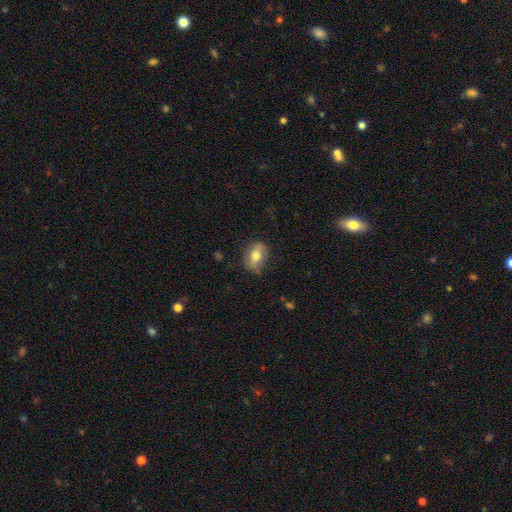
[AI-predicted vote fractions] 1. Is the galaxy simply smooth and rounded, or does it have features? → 63% smooth, 29% featured or disk, 7% star or artifact.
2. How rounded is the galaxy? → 72% in between, 23% round, 5% cigar-shaped.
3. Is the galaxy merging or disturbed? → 77% none, 17% minor disturbance, 4% major disturbance, 1% merger.